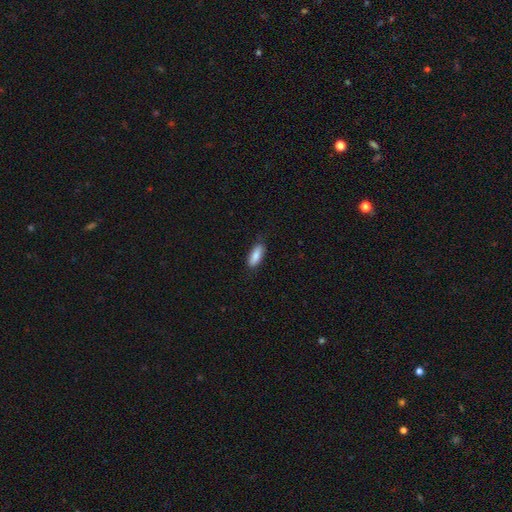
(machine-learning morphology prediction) Smooth or featured? smooth (85%)
How rounded? in between (72%)
Merging? none (80%)